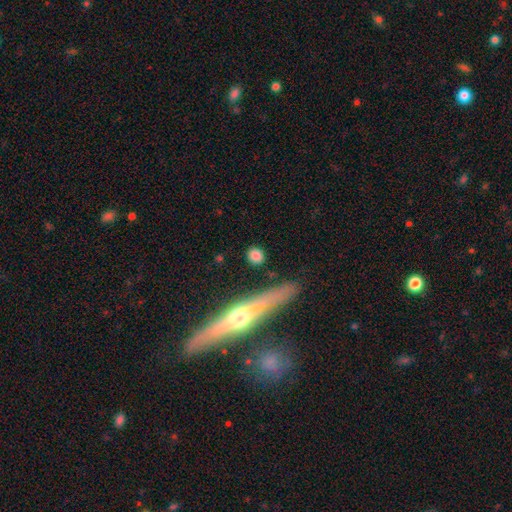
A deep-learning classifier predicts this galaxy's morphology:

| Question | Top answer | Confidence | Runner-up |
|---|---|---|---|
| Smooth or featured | smooth | 82% | featured or disk (10%) |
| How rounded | round | 78% | in between (15%) |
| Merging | none | 85% | minor disturbance (8%) |